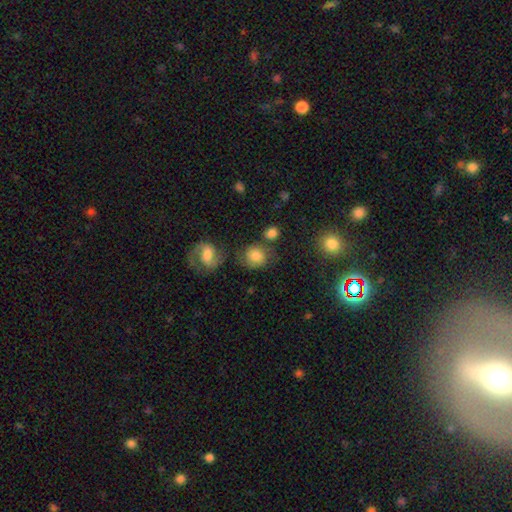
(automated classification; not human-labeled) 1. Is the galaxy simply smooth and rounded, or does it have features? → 63% smooth, 26% featured or disk, 11% star or artifact.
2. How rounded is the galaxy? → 74% round, 25% in between, 1% cigar-shaped.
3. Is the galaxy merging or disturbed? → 59% none, 18% minor disturbance, 14% merger, 8% major disturbance.